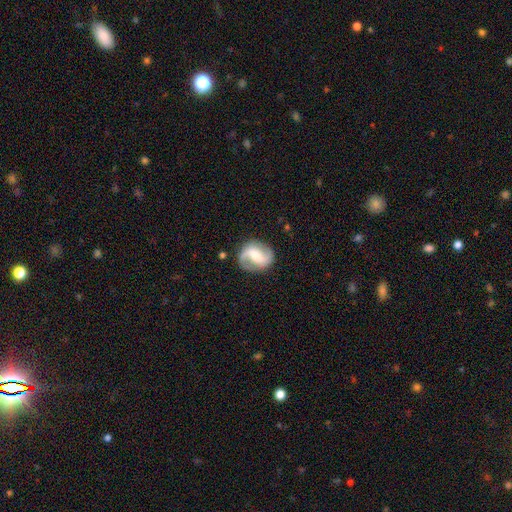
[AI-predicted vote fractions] The model was most divided on "spiral winding": medium: 43%, loose: 40%, tight: 17%. Remaining: edge-on disk — no (98%); spiral arms — yes (94%); spiral arm count — 2 (89%); merging — none (81%); smooth or featured — featured or disk (80%); bulge size — moderate (49%); bar — weak (42%).